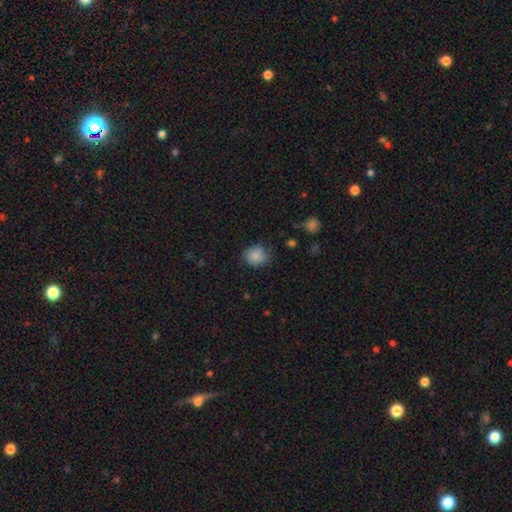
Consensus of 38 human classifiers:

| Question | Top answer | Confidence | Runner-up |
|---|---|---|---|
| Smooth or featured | smooth | 92% | star or artifact (8%) |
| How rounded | round | 83% | in between (17%) |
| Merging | none | 91% | minor disturbance (6%) |